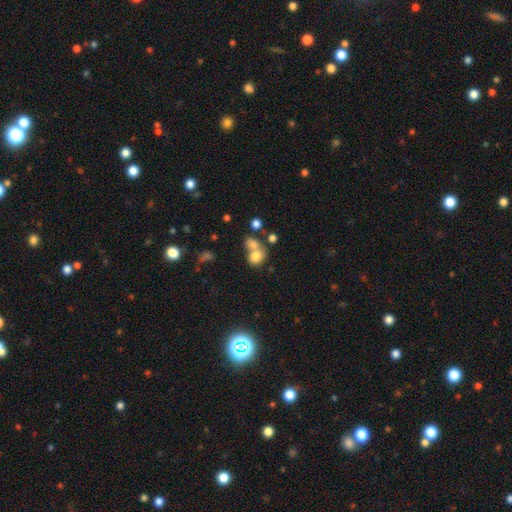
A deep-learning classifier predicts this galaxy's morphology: smooth-or-featured: smooth: 75% | featured or disk: 13% | star or artifact: 12%
  how-rounded: round: 67% | in between: 32% | cigar-shaped: 1%
  merging: merger: 53% | none: 32% | minor disturbance: 9% | major disturbance: 6%